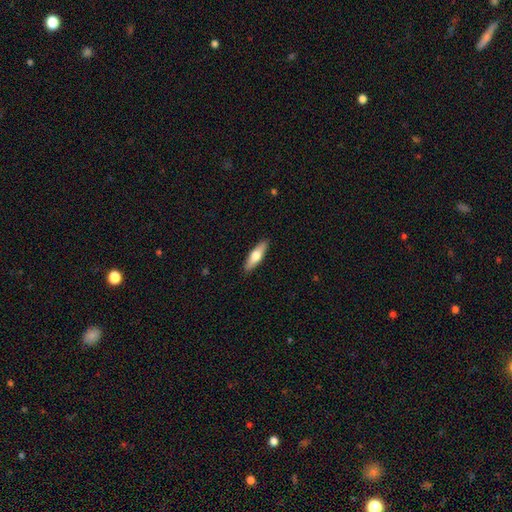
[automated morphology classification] This is possibly a smooth galaxy (59%). How rounded: likely cigar-shaped (60%). Merging: clearly none (90%).